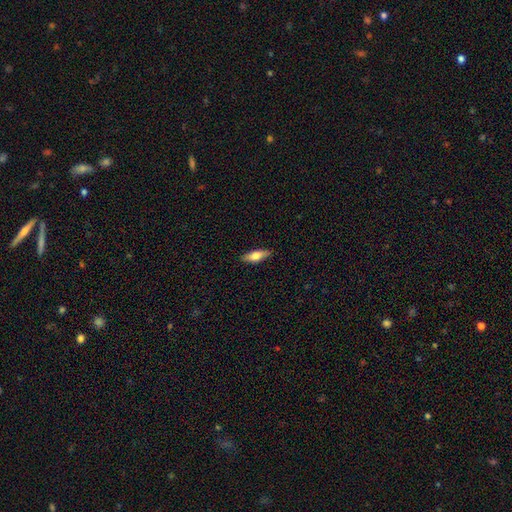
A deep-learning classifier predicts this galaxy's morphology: Smooth or featured?
  - smooth: 72% *
  - featured or disk: 22%
  - star or artifact: 6%
How rounded?
  - in between: 61% *
  - cigar-shaped: 36%
  - round: 2%
Merging?
  - none: 87% *
  - minor disturbance: 10%
  - major disturbance: 2%
  - merger: 1%